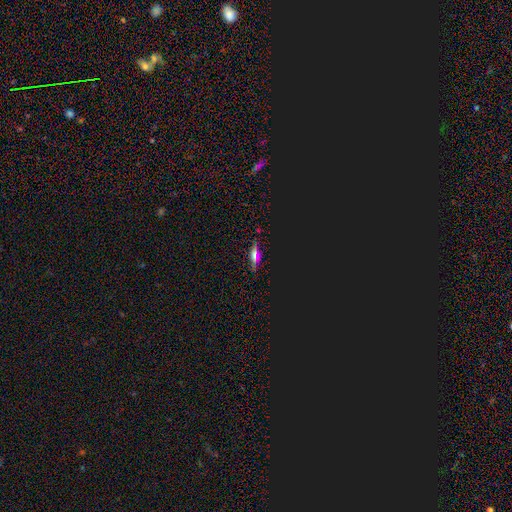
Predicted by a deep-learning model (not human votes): Smooth or featured?
  - smooth: 41% *
  - star or artifact: 35%
  - featured or disk: 24%
Merging?
  - none: 85% *
  - minor disturbance: 10%
  - major disturbance: 3%
  - merger: 2%